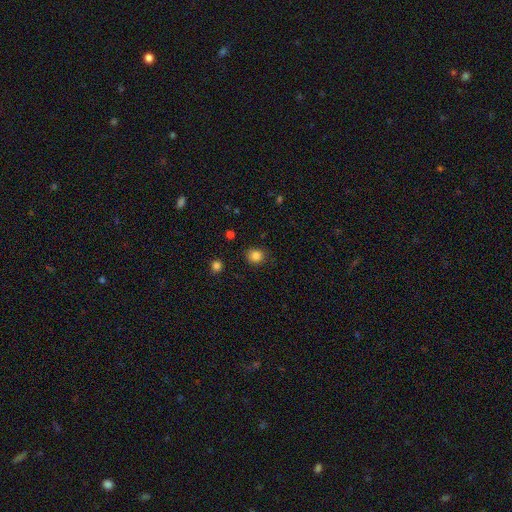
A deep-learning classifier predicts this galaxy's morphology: A smooth galaxy with no disk features (84%) that is round (81%).

Vote fractions:
- Smooth or featured? smooth: 84% / star or artifact: 11% / featured or disk: 4%
- How rounded? round: 81% / in between: 18% / cigar-shaped: 1%
- Merging? none: 87% / minor disturbance: 9% / major disturbance: 2% / merger: 2%